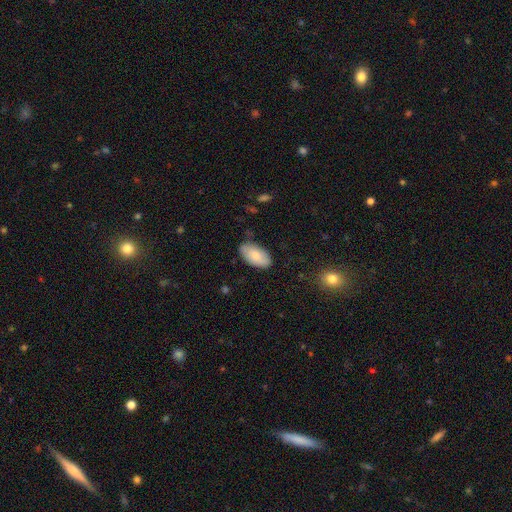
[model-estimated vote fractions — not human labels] This is likely a smooth galaxy (80%). How rounded: clearly in between (95%). Merging: clearly none (81%).